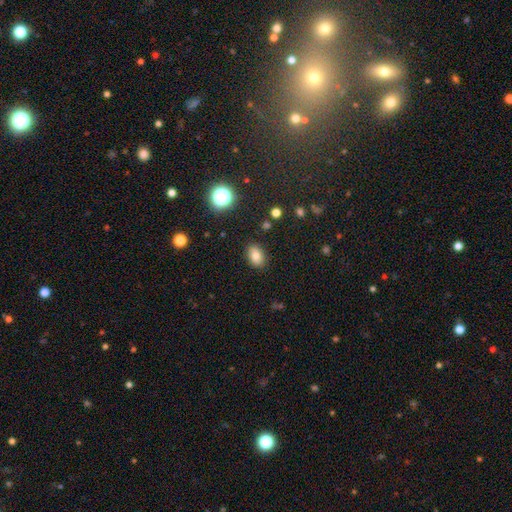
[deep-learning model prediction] Morphology: type=smooth (79%); roundness=in between (81%); merging=none (87%).